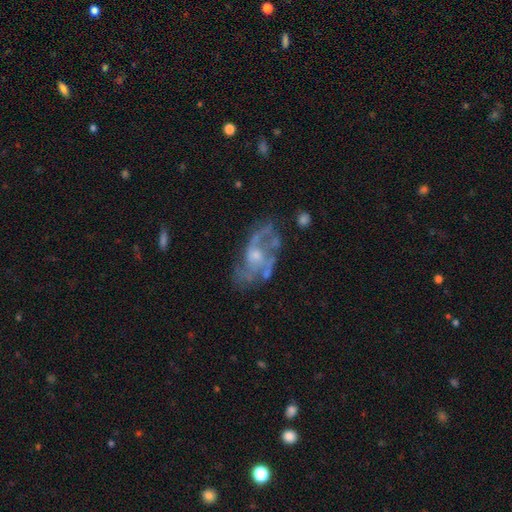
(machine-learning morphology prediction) A featured or disk galaxy (80%) with no bar (66%), 2 (49%) medium (45%) spiral arms (80%) and a moderate central bulge (45%).

Vote fractions:
- Smooth or featured? featured or disk: 80% / smooth: 12% / star or artifact: 8%
- Edge-on disk? no: 96% / yes: 4%
- Bar? no: 66% / weak: 28% / strong: 5%
- Spiral arms? yes: 80% / no: 20%
- Spiral winding? medium: 45% / loose: 35% / tight: 20%
- Spiral arm count? 2: 49% / can't tell: 25% / 3: 14% / 1: 5% / 4: 4% / more than 4: 3%
- Bulge size? moderate: 45% / small: 44% / none: 7% / large: 3% / dominant: 1%
- Merging? none: 56% / minor disturbance: 21% / major disturbance: 18% / merger: 5%